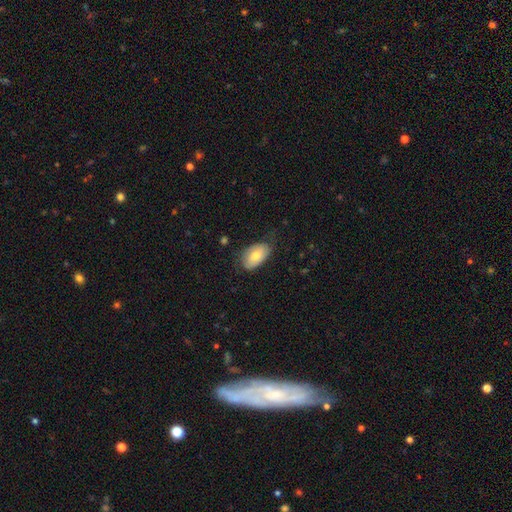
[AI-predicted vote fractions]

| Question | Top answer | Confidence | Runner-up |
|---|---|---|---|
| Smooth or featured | smooth | 72% | featured or disk (22%) |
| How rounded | in between | 93% | round (6%) |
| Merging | none | 62% | minor disturbance (29%) |